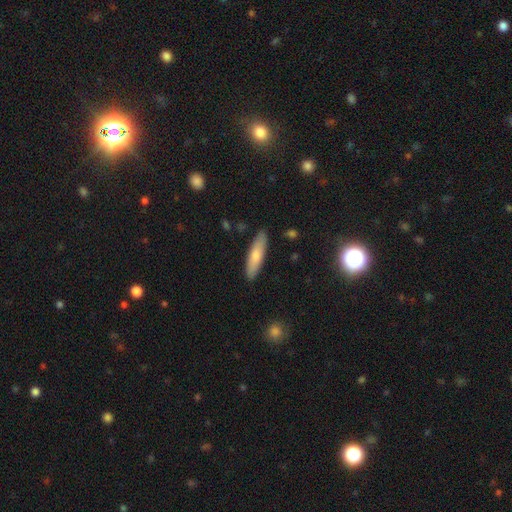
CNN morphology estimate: Smooth or featured?
  - smooth: 72% *
  - featured or disk: 23%
  - star or artifact: 5%
How rounded?
  - cigar-shaped: 70% *
  - in between: 29%
  - round: 2%
Merging?
  - none: 88% *
  - minor disturbance: 9%
  - major disturbance: 2%
  - merger: 1%